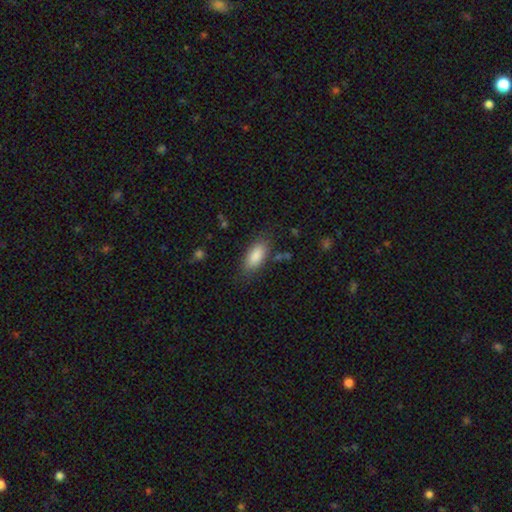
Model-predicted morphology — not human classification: Q: Smooth or featured?
A: smooth (85%); runner-up: featured or disk (8%)
Q: How rounded?
A: in between (86%); runner-up: cigar-shaped (12%)
Q: Merging?
A: none (78%); runner-up: minor disturbance (15%)